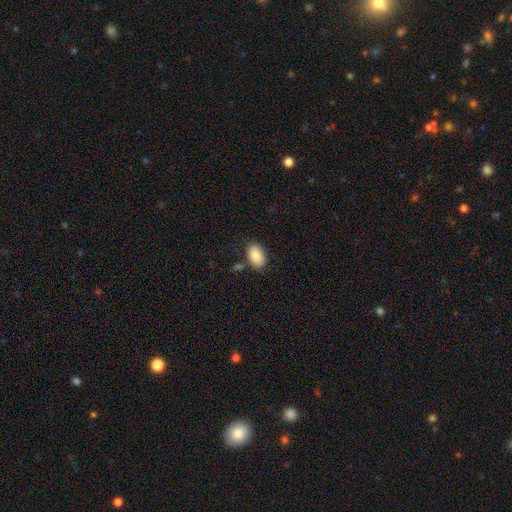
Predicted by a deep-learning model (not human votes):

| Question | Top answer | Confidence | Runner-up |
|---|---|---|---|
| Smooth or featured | smooth | 88% | star or artifact (7%) |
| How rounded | in between | 91% | round (7%) |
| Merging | none | 77% | minor disturbance (14%) |